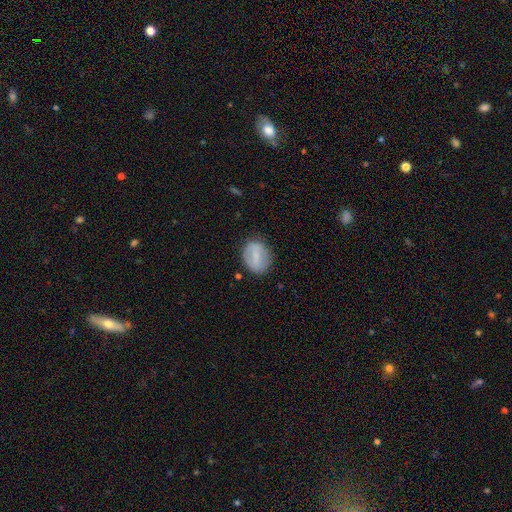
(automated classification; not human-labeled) Smooth or featured?
  - smooth: 60% *
  - featured or disk: 33%
  - star or artifact: 7%
How rounded?
  - in between: 58% *
  - round: 40%
  - cigar-shaped: 2%
Merging?
  - none: 80% *
  - minor disturbance: 13%
  - major disturbance: 5%
  - merger: 1%